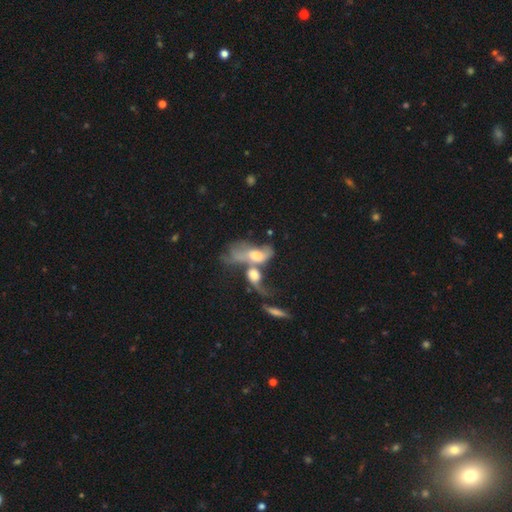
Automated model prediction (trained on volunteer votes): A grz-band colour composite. It shows a featured or disk galaxy (50%). Merging: merger (76%).